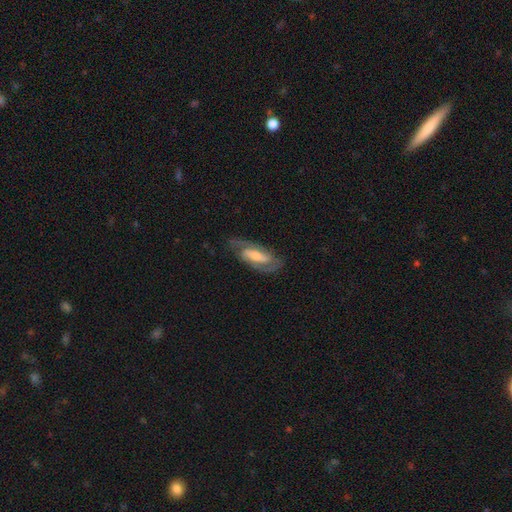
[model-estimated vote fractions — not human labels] The model was most divided on "bar": weak: 43%, strong: 33%, no: 24%. Remaining: spiral arms — yes (94%); edge-on disk — no (92%); spiral arm count — 2 (86%); smooth or featured — featured or disk (83%); merging — none (78%); bulge size — moderate (50%); spiral winding — medium (48%).